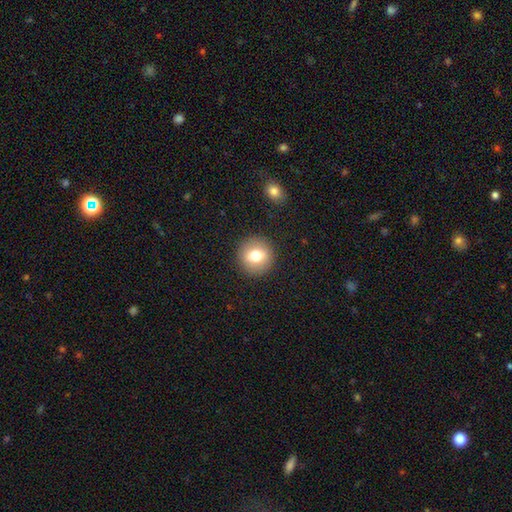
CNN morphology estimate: type=smooth (73%); roundness=round (91%); merging=none (91%).